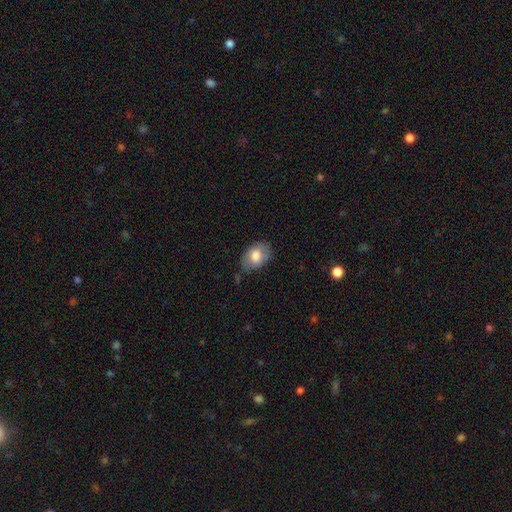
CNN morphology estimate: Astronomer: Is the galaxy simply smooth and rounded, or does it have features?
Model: smooth — 73%.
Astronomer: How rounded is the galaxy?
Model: in between — 87%.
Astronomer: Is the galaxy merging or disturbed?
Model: none — 62%.